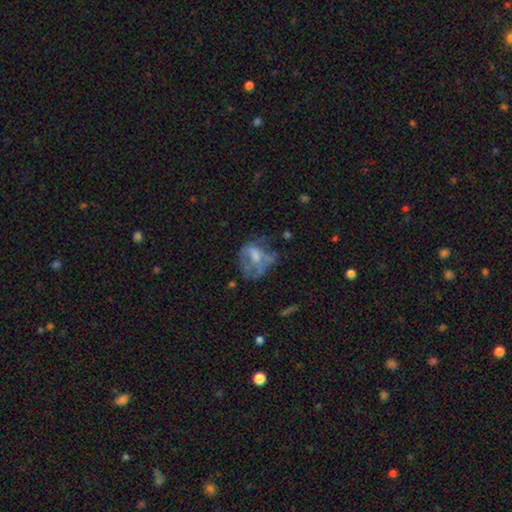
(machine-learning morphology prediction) The model was most divided on "merging": major disturbance: 37%, none: 35%, minor disturbance: 23%, merger: 5%. Remaining: smooth or featured — featured or disk (50%).